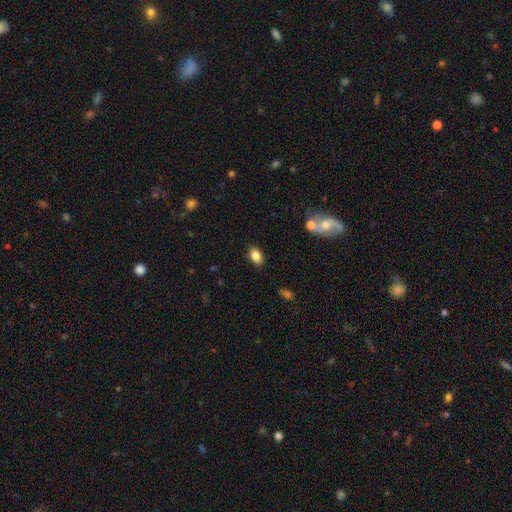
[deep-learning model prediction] The model was most divided on "smooth or featured": smooth: 84%, star or artifact: 8%, featured or disk: 8%. More confident: how rounded — in between (89%); merging — none (86%).